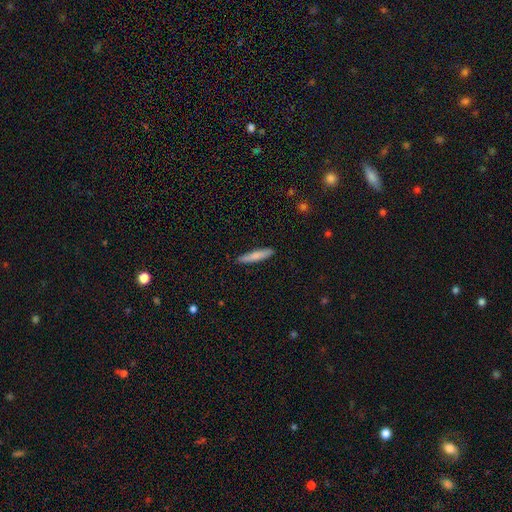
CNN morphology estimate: type=smooth (76%); roundness=cigar-shaped (91%); merging=none (87%).